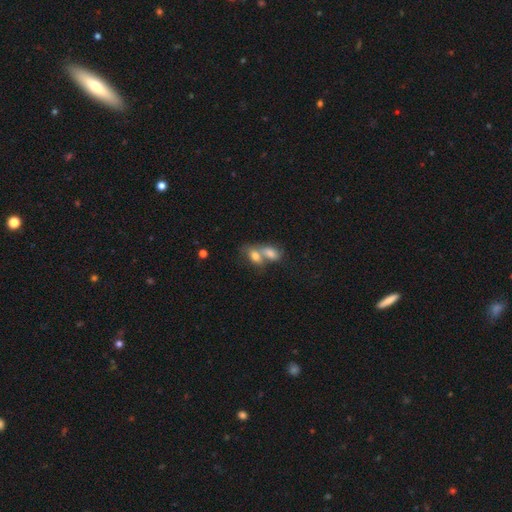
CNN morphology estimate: Smooth or featured?
  - smooth: 65% *
  - featured or disk: 23%
  - star or artifact: 12%
How rounded?
  - in between: 72% *
  - round: 23%
  - cigar-shaped: 5%
Merging?
  - merger: 71% *
  - none: 19%
  - minor disturbance: 6%
  - major disturbance: 4%